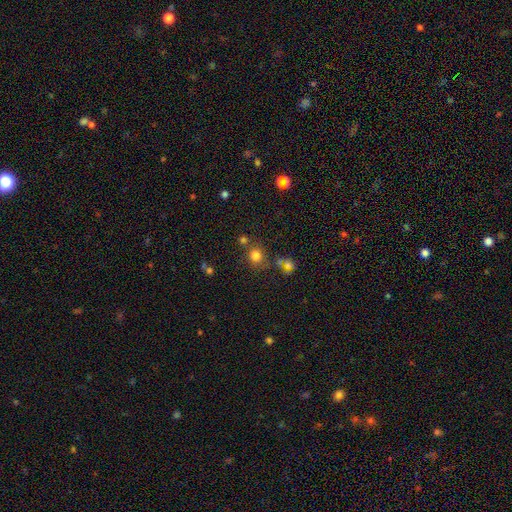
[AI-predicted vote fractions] Smooth or featured: smooth — 77% (star or artifact — 16%)
How rounded: round — 82% (in between — 17%)
Merging: none — 71% (merger — 14%)